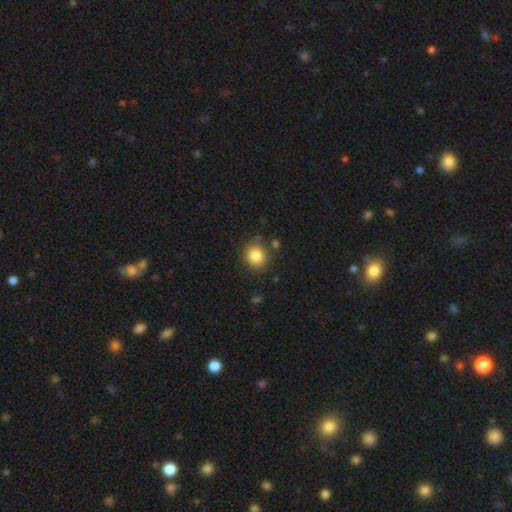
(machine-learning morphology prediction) Smooth or featured? smooth (85%)
How rounded? round (83%)
Merging? none (81%)